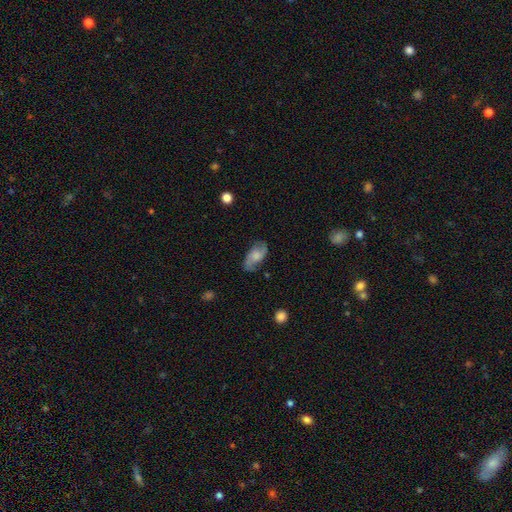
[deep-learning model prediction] Smooth or featured? featured or disk (54%)
Edge-on disk? no (93%)
Merging? none (73%)